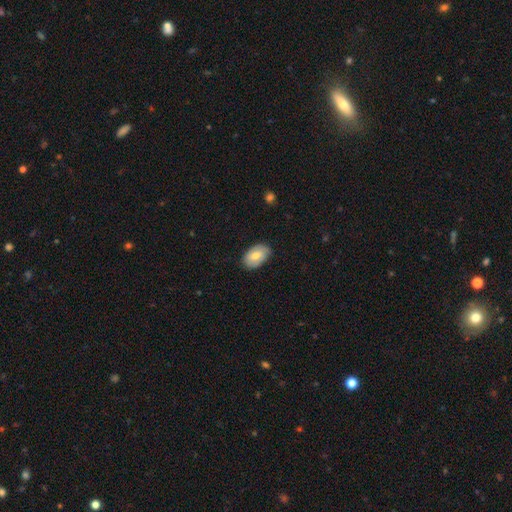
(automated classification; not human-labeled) Overall: smooth (70%). How rounded: in between (92%). Merging: none (81%).